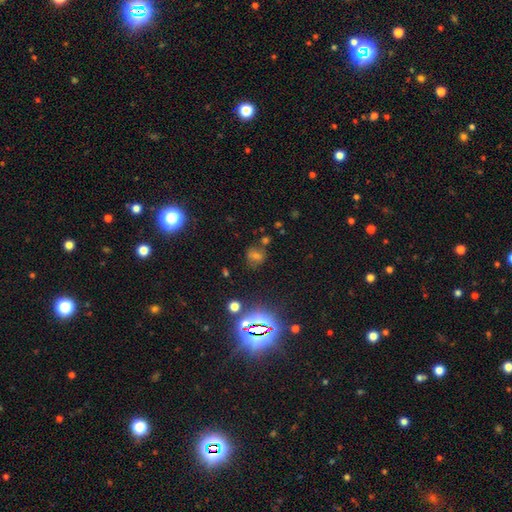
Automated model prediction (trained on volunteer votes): Smooth or featured?
  - star or artifact: 56% *
  - smooth: 33%
  - featured or disk: 11%